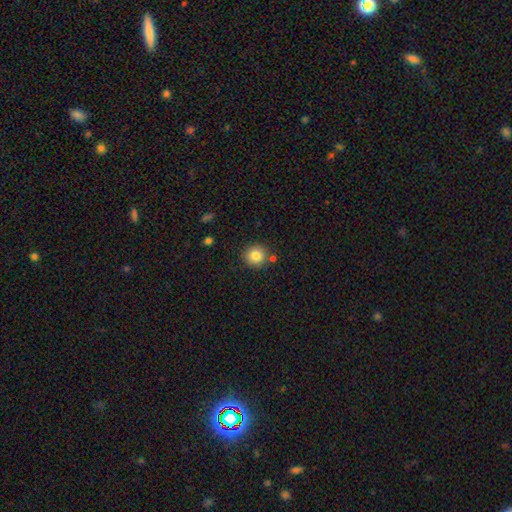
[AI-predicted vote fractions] Smooth or featured? smooth (83%)
How rounded? round (92%)
Merging? none (83%)